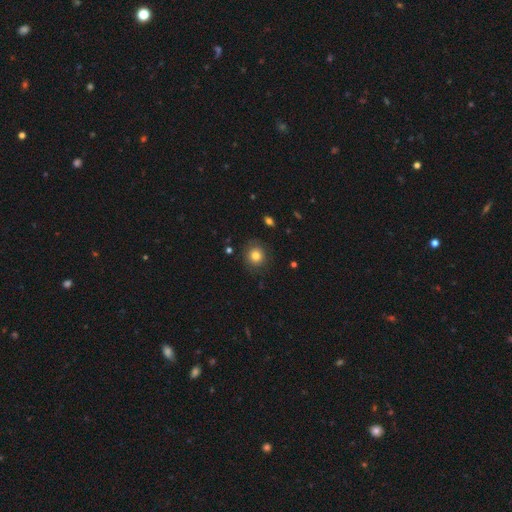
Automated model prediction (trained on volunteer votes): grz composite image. It shows a smooth galaxy with no disk features (80%) that is round (88%). Merging: none (85%).